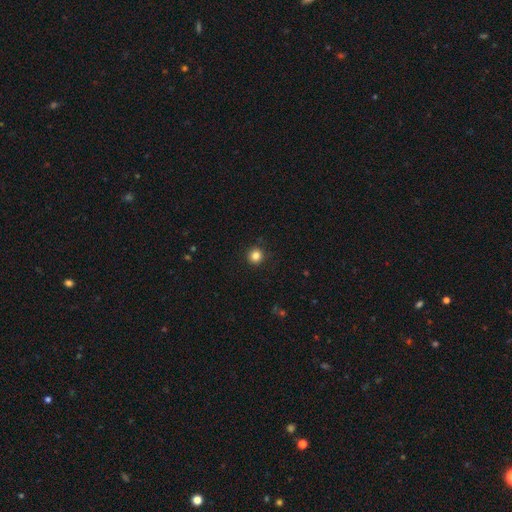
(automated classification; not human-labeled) This is clearly a smooth galaxy (84%). How rounded: clearly round (94%). Merging: clearly none (91%).